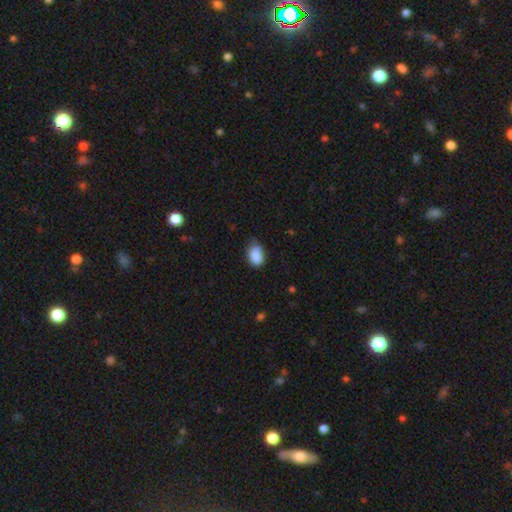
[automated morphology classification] A smooth galaxy with no disk features (85%) that is in between round and cigar-shaped (80%).

Vote fractions:
- Smooth or featured? smooth: 85% / star or artifact: 8% / featured or disk: 7%
- How rounded? in between: 80% / round: 19% / cigar-shaped: 1%
- Merging? none: 51% / minor disturbance: 38% / major disturbance: 8% / merger: 3%